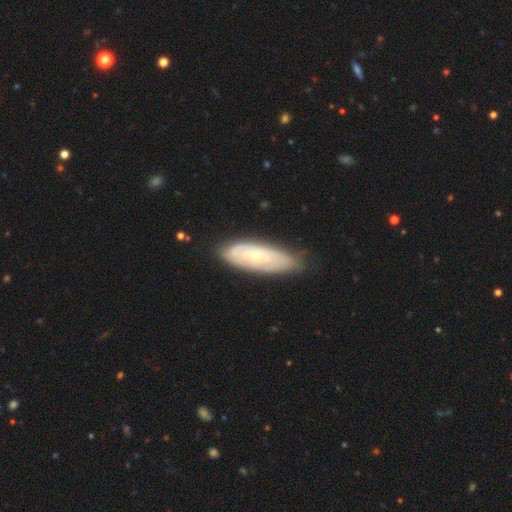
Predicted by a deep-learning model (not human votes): Smooth or featured?
  - featured or disk: 57% *
  - smooth: 37%
  - star or artifact: 6%
Edge-on disk?
  - no: 83% *
  - yes: 17%
Merging?
  - none: 74% *
  - minor disturbance: 20%
  - major disturbance: 4%
  - merger: 2%